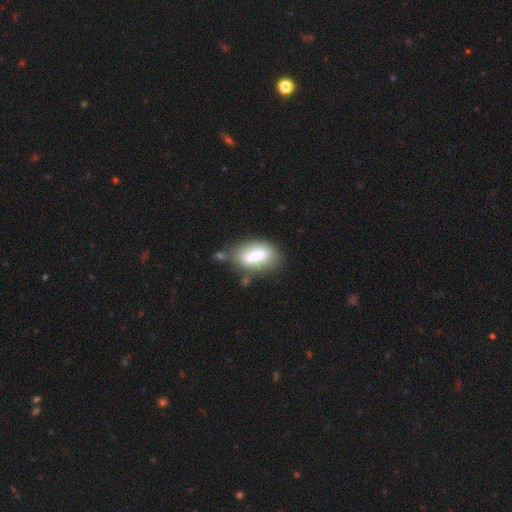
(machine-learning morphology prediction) type=smooth (70%); roundness=in between (88%); merging=none (45%).